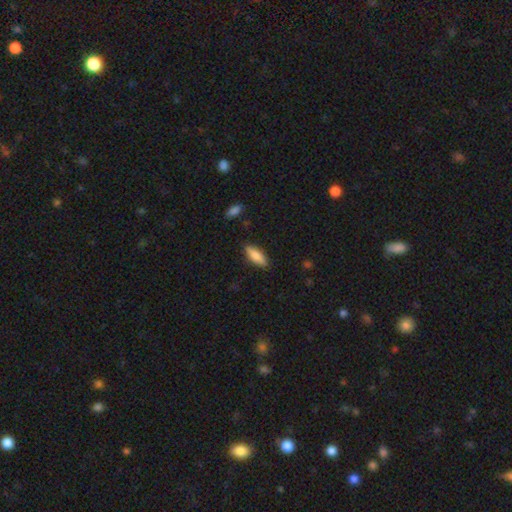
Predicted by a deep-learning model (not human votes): A smooth galaxy with no disk features (80%) that is in between round and cigar-shaped (59%). Merging: none (86%).